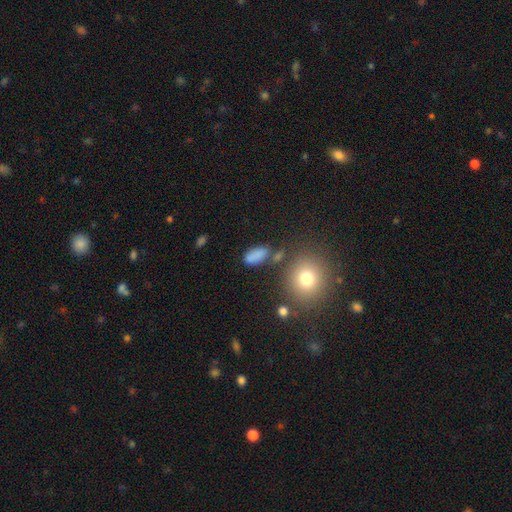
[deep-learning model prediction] This appears to be a smooth galaxy with no disk features (80%) that is in between round and cigar-shaped (86%). Merging: none (65%).